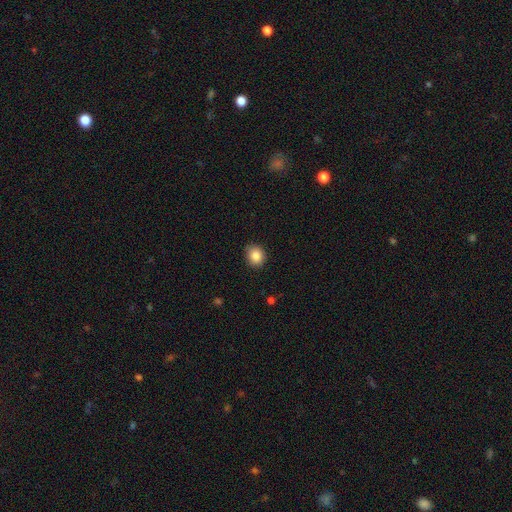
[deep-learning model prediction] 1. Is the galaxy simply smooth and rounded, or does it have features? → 86% smooth, 9% star or artifact, 5% featured or disk.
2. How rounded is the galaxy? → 72% round, 27% in between, 1% cigar-shaped.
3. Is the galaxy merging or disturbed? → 86% none, 11% minor disturbance, 2% major disturbance, 1% merger.